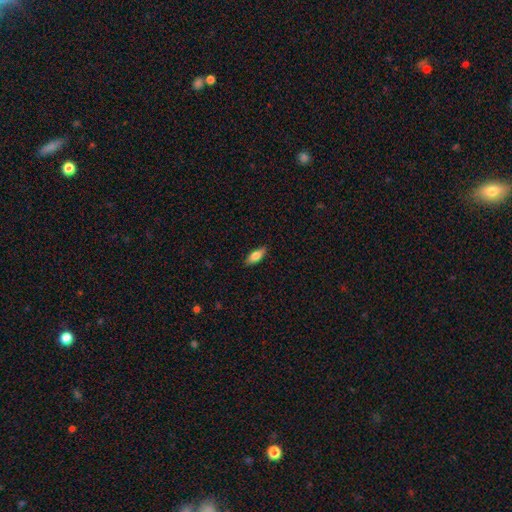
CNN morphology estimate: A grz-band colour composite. It shows a smooth galaxy with no disk features (79%) that is in between round and cigar-shaped (79%). Merging: none (87%).